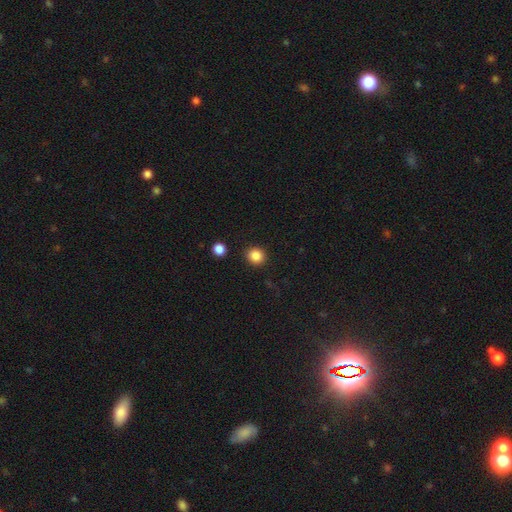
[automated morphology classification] A smooth galaxy with no disk features (86%) that is round (87%). Merging: none (90%).